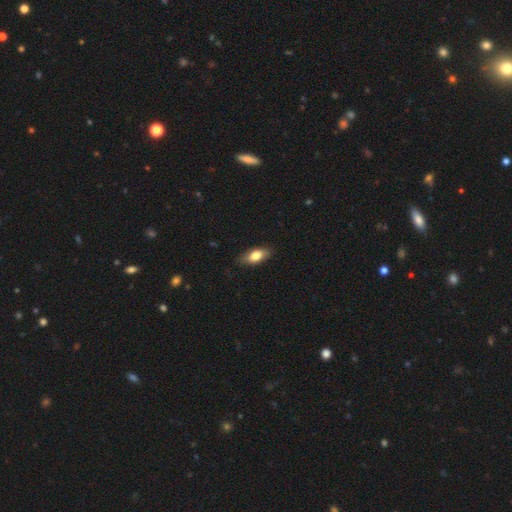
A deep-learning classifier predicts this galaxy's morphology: Smooth or featured? Predicted: smooth (p=0.78). How rounded? Predicted: in between (p=0.86). Merging? Predicted: none (p=0.84).